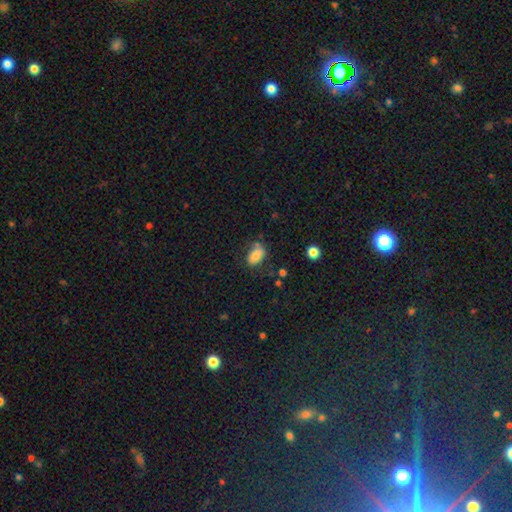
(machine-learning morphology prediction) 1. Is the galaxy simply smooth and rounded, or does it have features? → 81% smooth, 10% featured or disk, 9% star or artifact.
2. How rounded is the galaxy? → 90% in between, 8% round, 2% cigar-shaped.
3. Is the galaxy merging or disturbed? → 64% none, 22% minor disturbance, 7% merger, 7% major disturbance.